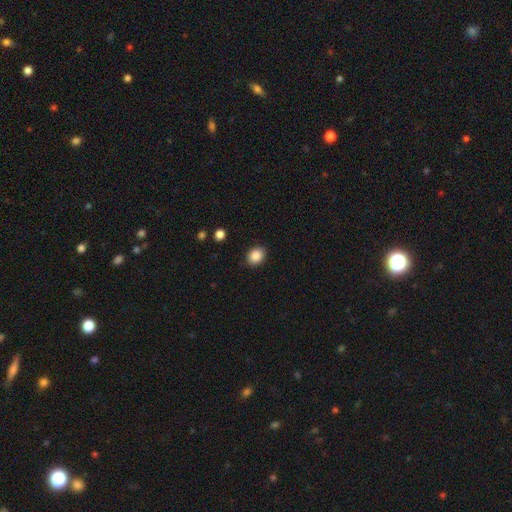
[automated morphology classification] Smooth or featured? smooth (87%)
How rounded? round (54%)
Merging? none (89%)